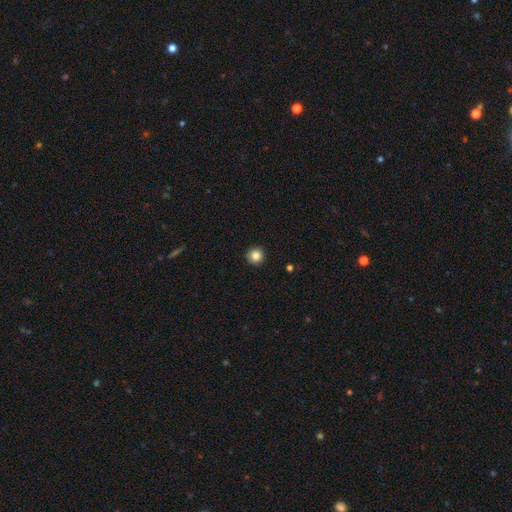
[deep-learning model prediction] This is clearly a smooth galaxy (85%). How rounded: clearly round (96%). Merging: clearly none (92%).